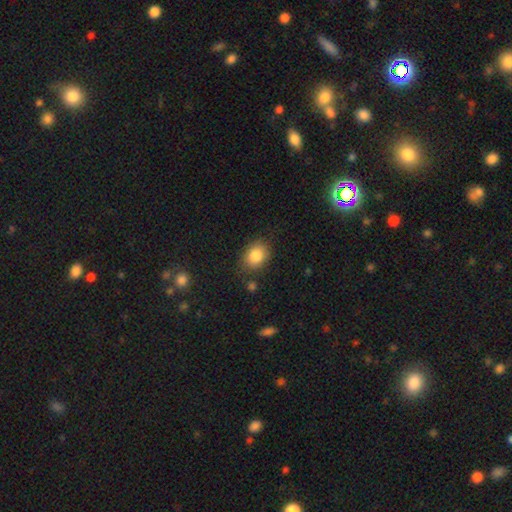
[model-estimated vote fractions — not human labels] smooth-or-featured: smooth: 85% | star or artifact: 8% | featured or disk: 6%
  how-rounded: in between: 62% | round: 37% | cigar-shaped: 1%
  merging: none: 78% | minor disturbance: 15% | major disturbance: 4% | merger: 3%